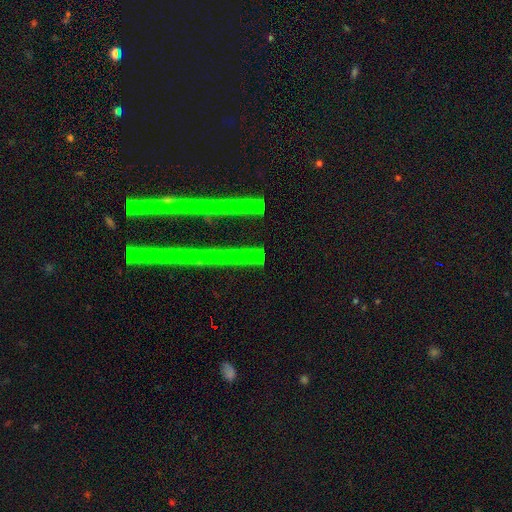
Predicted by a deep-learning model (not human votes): This appears to be a star or artifact, not a galaxy (69%).